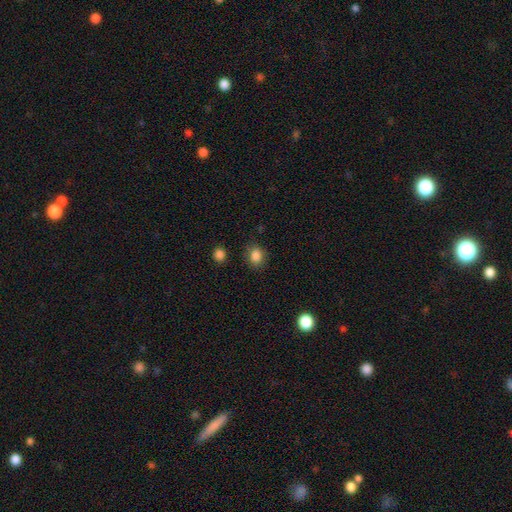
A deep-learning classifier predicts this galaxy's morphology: Smooth or featured? smooth (85%)
How rounded? round (57%)
Merging? none (83%)